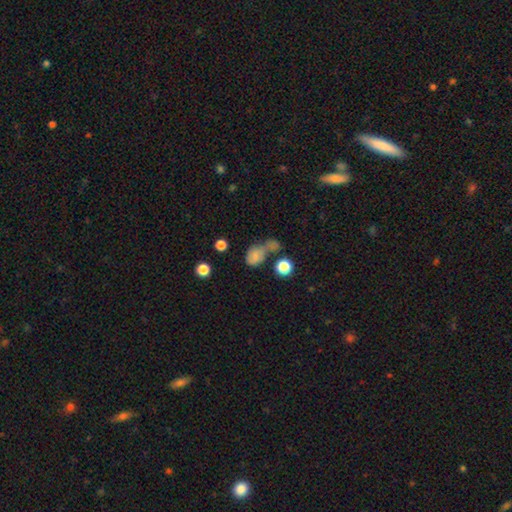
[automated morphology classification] smooth-or-featured: smooth: 73% | featured or disk: 15% | star or artifact: 12%
  how-rounded: in between: 59% | round: 39% | cigar-shaped: 2%
  merging: merger: 45% | none: 24% | major disturbance: 17% | minor disturbance: 14%